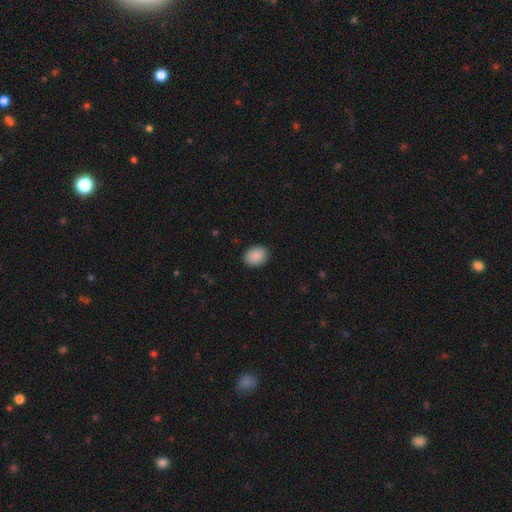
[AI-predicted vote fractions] smooth_or_featured: smooth (p=0.90) [alt: star or artifact p=0.07]
how_rounded: in between (p=0.62) [alt: round p=0.37]
merging: none (p=0.90) [alt: minor disturbance p=0.08]